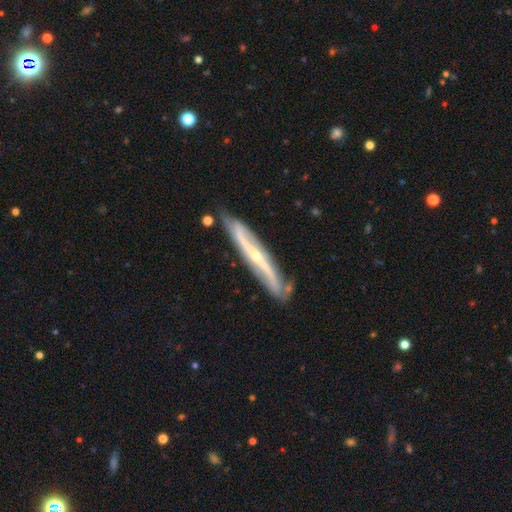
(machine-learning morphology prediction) Smooth or featured? featured or disk (86%)
Edge-on disk? yes (56%)
Merging? none (77%)